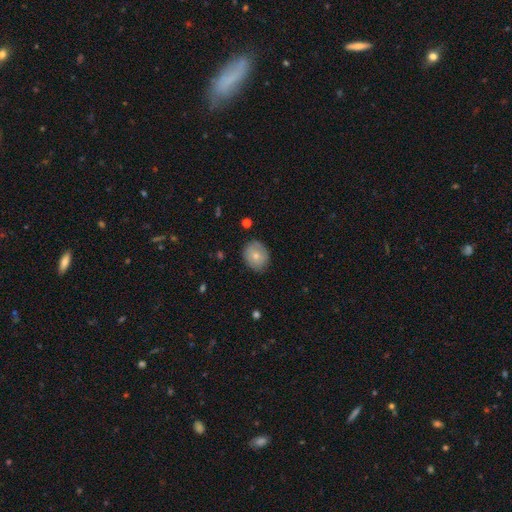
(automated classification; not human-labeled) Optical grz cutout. It shows a smooth galaxy with no disk features (74%) that is round (59%). Merging: none (79%).